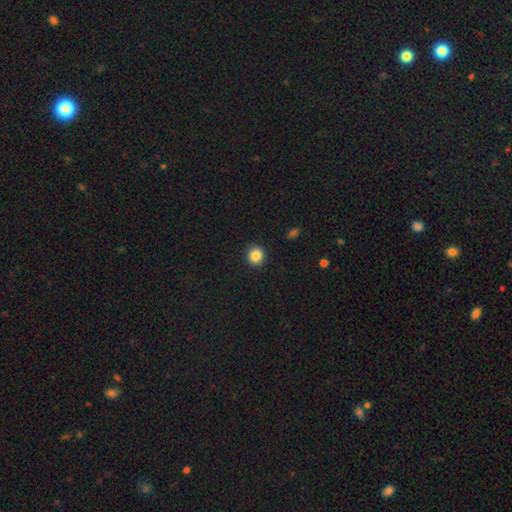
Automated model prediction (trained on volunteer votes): smooth-or-featured: smooth: 86% | star or artifact: 10% | featured or disk: 4%
  how-rounded: round: 88% | in between: 11% | cigar-shaped: 1%
  merging: none: 92% | minor disturbance: 5% | major disturbance: 2% | merger: 1%